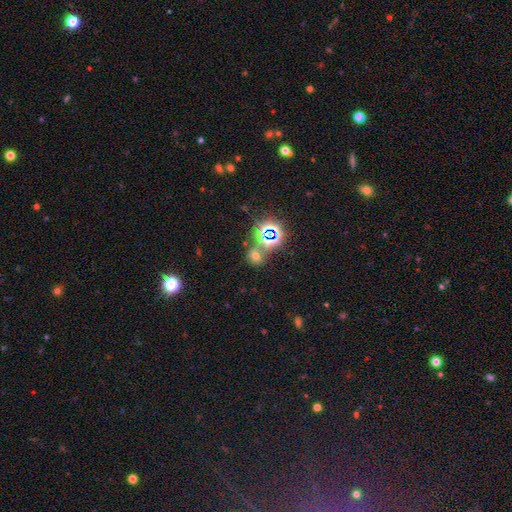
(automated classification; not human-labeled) Morphology: type=smooth (46%); merging=none (65%).